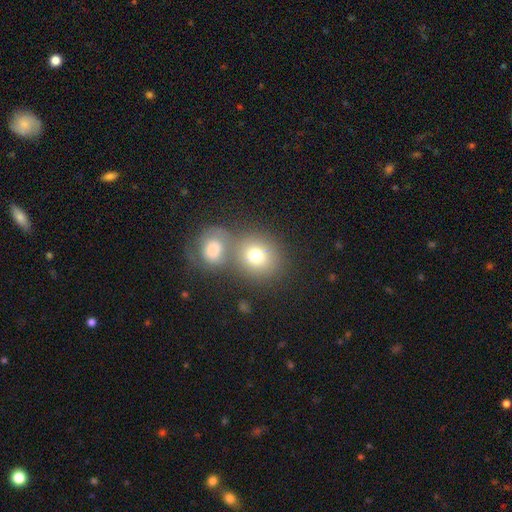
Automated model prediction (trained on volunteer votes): smooth_or_featured: smooth (p=0.77) [alt: featured or disk p=0.13]
how_rounded: round (p=0.74) [alt: in between p=0.25]
merging: merger (p=0.45) [alt: none p=0.43]